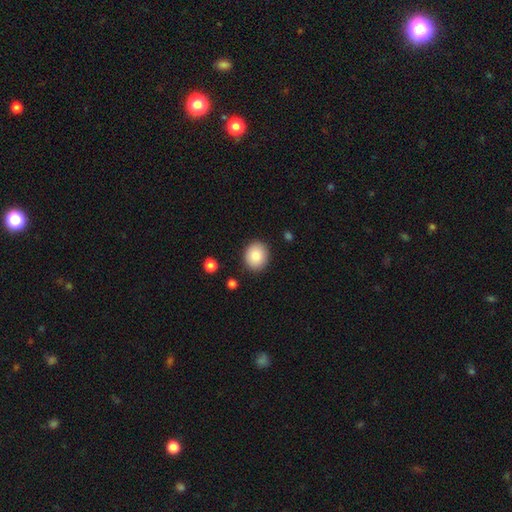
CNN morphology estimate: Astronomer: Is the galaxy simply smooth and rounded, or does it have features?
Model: smooth — 86%.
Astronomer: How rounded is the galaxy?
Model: round — 71%.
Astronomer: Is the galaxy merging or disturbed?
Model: none — 88%.